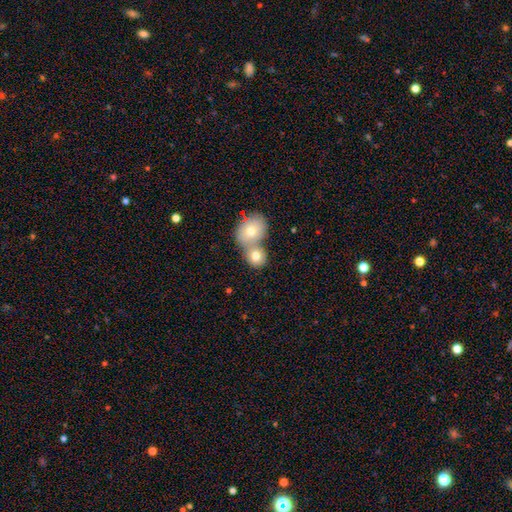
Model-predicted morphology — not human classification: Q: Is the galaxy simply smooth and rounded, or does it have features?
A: smooth — 75%.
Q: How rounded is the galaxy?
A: round — 72%.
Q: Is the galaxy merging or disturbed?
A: merger — 59%.